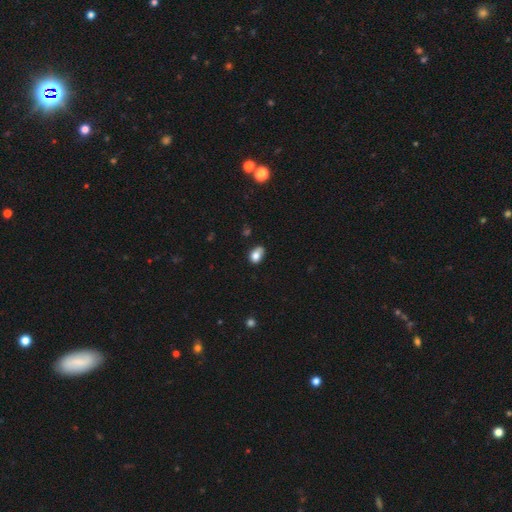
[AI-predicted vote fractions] Smooth or featured?
  - smooth: 79% *
  - featured or disk: 11%
  - star or artifact: 10%
How rounded?
  - in between: 75% *
  - round: 24%
  - cigar-shaped: 1%
Merging?
  - none: 49% *
  - minor disturbance: 35%
  - major disturbance: 10%
  - merger: 6%